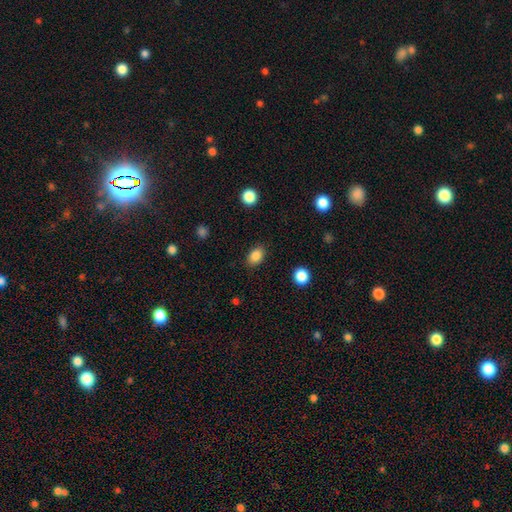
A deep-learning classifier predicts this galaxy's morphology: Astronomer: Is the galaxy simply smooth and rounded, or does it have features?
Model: smooth — 86%.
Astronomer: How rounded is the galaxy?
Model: in between — 81%.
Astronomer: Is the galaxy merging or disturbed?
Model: none — 86%.